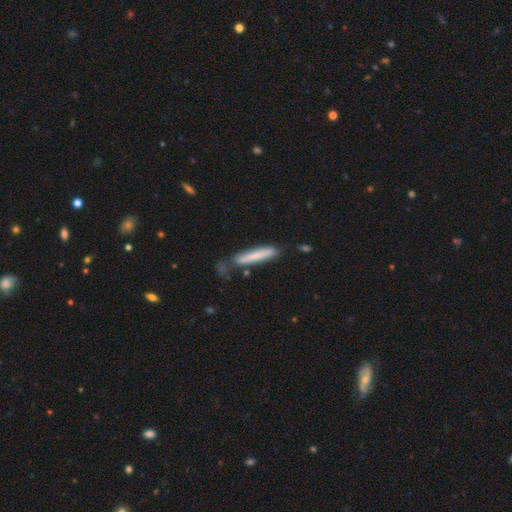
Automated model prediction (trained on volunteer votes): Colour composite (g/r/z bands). It shows a smooth galaxy with no disk features (73%) that is cigar-shaped (93%). Merging: none (72%).